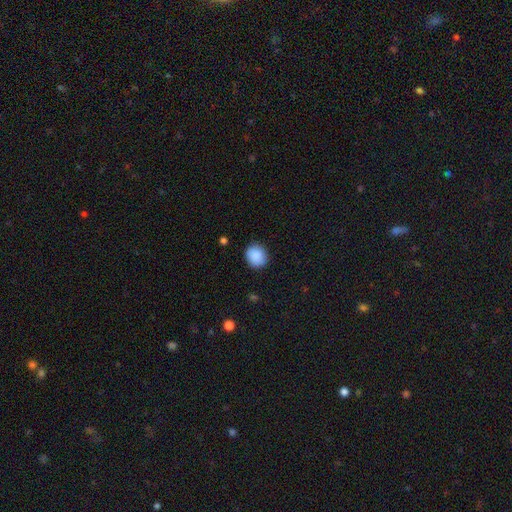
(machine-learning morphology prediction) This appears to be a smooth galaxy with no disk features (89%) that is round (77%). Merging: none (87%).